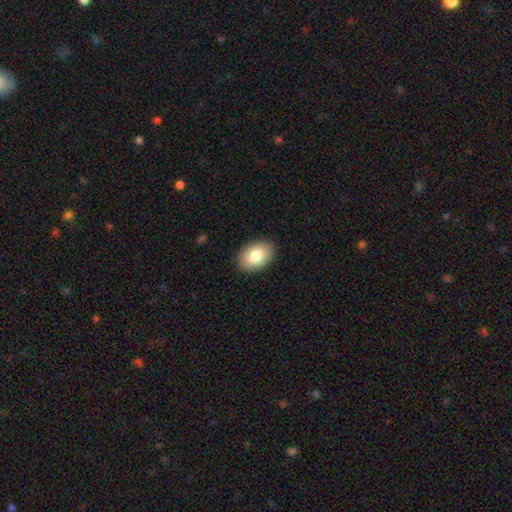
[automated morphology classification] Q: Smooth or featured?
A: smooth (82%); runner-up: featured or disk (11%)
Q: How rounded?
A: in between (87%); runner-up: round (12%)
Q: Merging?
A: none (89%); runner-up: minor disturbance (8%)